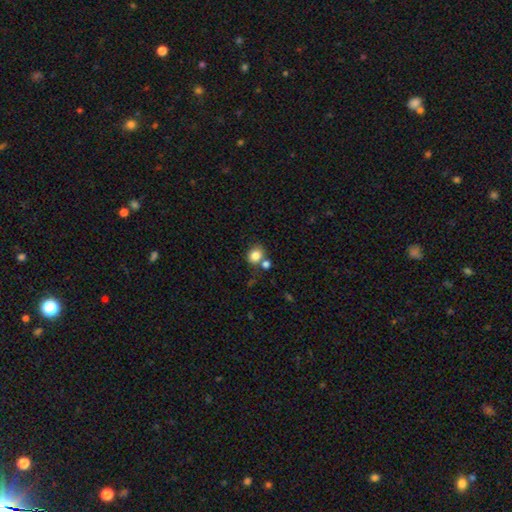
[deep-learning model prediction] Morphology: type=smooth (83%); roundness=round (63%); merging=none (59%).